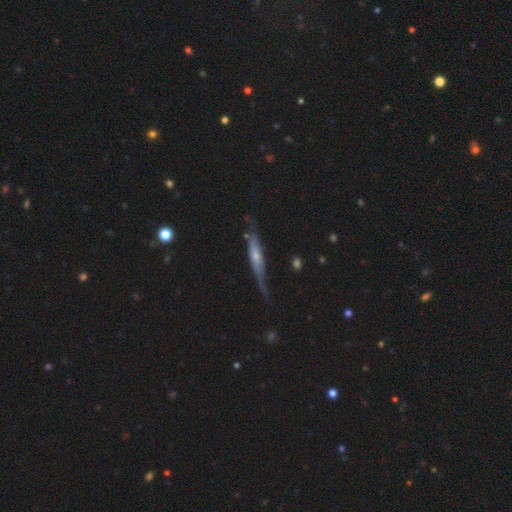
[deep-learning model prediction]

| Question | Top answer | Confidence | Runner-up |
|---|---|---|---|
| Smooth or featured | featured or disk | 58% | smooth (36%) |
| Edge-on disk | yes | 76% | no (24%) |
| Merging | none | 57% | minor disturbance (29%) |